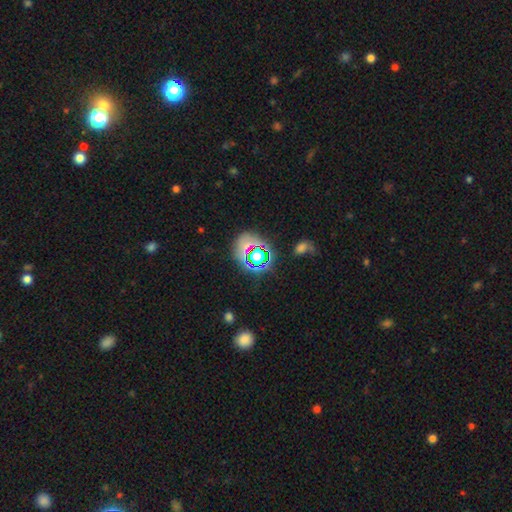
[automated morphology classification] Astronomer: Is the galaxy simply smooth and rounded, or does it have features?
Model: star or artifact — 56% (runner-up: smooth, 32%).